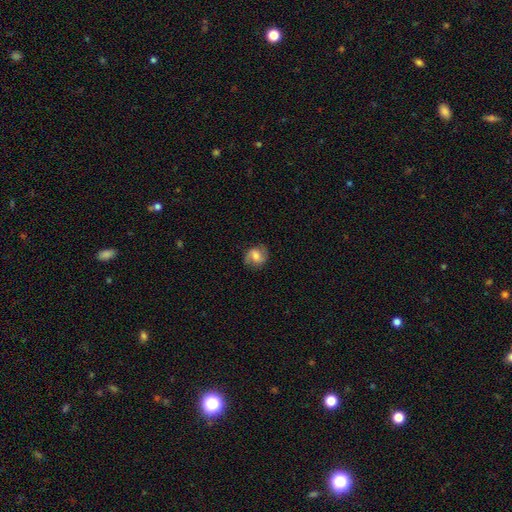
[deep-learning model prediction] smooth_or_featured: featured or disk (p=0.50) [alt: smooth p=0.41]
disk_edge_on: no (p=0.97) [alt: yes p=0.03]
merging: none (p=0.80) [alt: minor disturbance p=0.14]